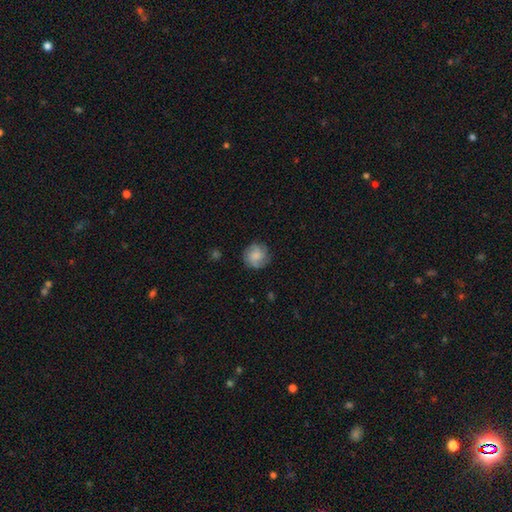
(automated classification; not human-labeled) Morphology: type=smooth (63%); roundness=round (90%); merging=none (80%).